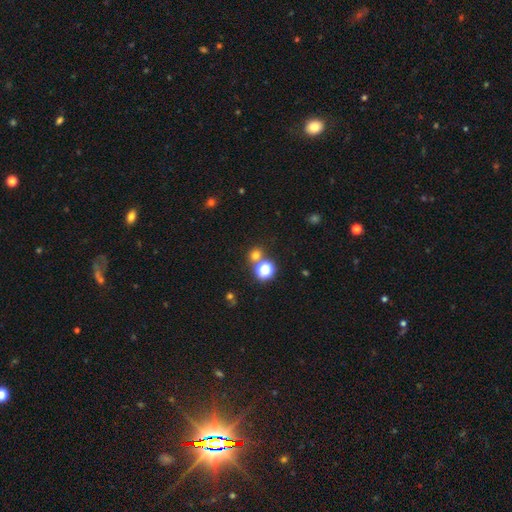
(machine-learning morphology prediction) The model was most divided on "smooth or featured": smooth: 65%, star or artifact: 28%, featured or disk: 6%. More confident: how rounded — round (84%); merging — none (71%).